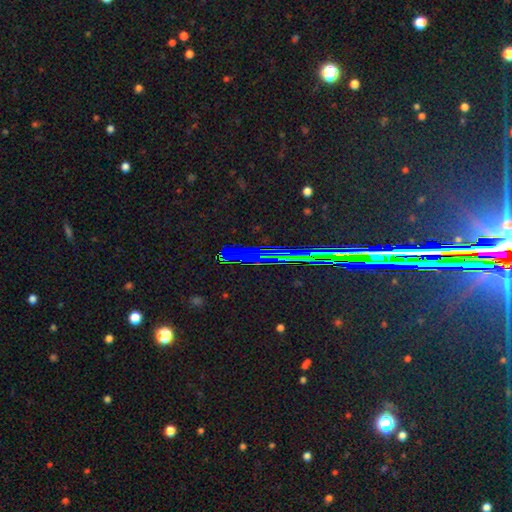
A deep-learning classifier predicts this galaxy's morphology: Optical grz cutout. It shows a star or artifact, not a galaxy (80%).